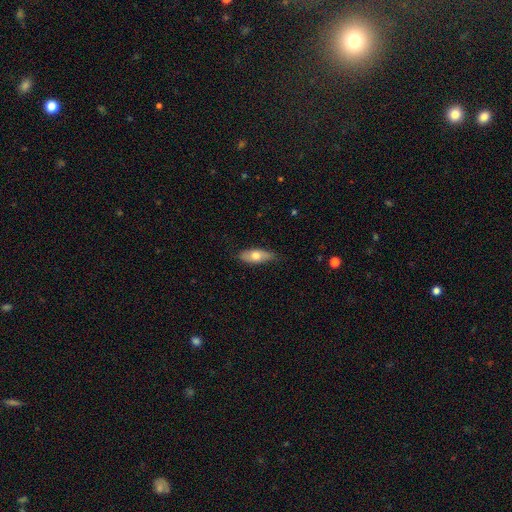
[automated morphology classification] A smooth galaxy with no disk features (68%) that is in between round and cigar-shaped (79%).

Vote fractions:
- Smooth or featured? smooth: 68% / featured or disk: 26% / star or artifact: 6%
- How rounded? in between: 79% / cigar-shaped: 18% / round: 3%
- Merging? none: 80% / minor disturbance: 17% / major disturbance: 2% / merger: 1%